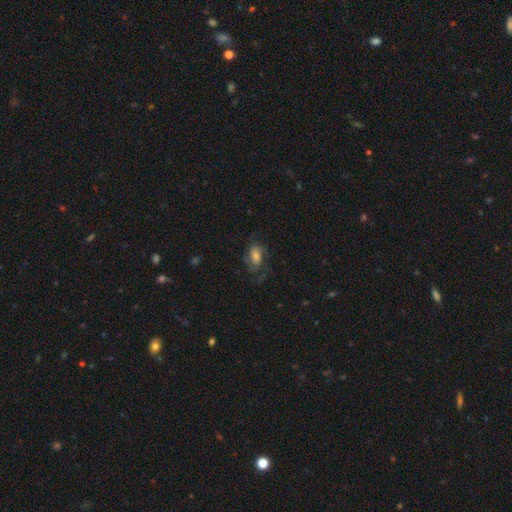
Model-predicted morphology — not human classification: Smooth or featured: featured or disk — 53% (smooth — 35%)
Edge-on disk: no — 94% (yes — 6%)
Merging: none — 56% (major disturbance — 22%)